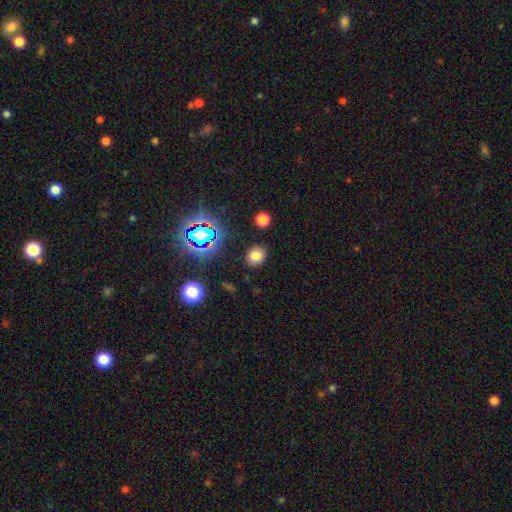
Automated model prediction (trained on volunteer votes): This is likely a smooth galaxy (76%). How rounded: likely round (61%). Merging: clearly none (87%).